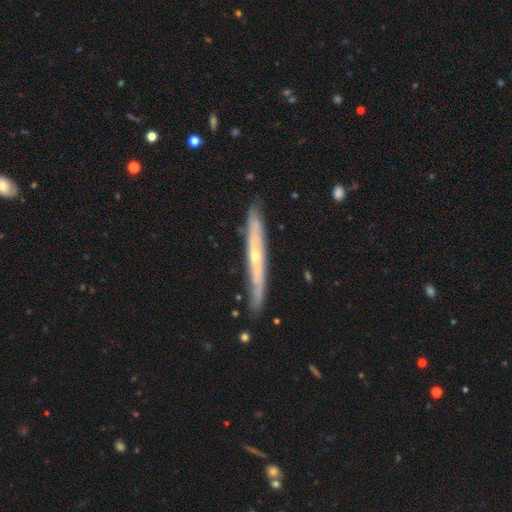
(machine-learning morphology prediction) type=featured or disk (69%); edge-on=yes (87%); edge-on bulge=rounded (65%); merging=none (84%).